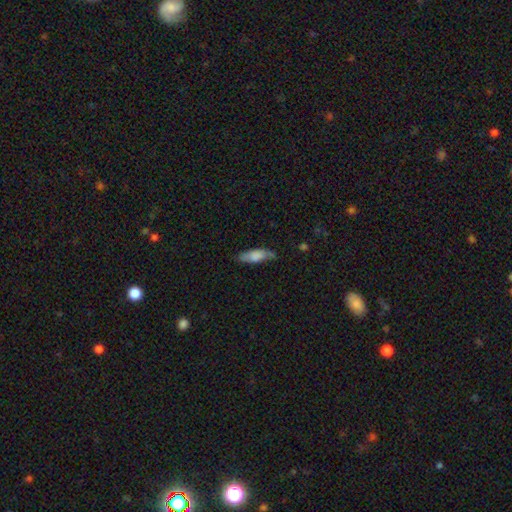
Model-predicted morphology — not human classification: type=smooth (73%); roundness=in between (59%); merging=none (64%).